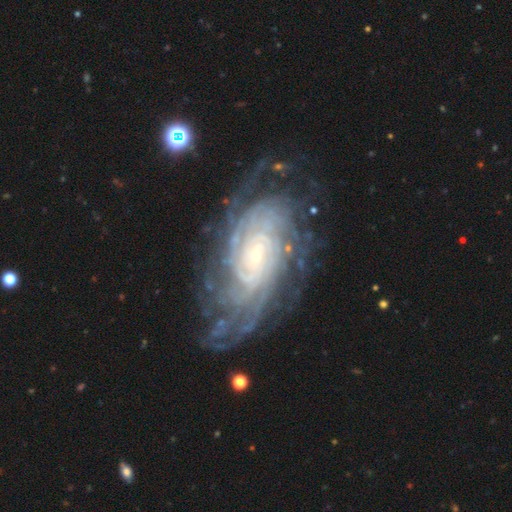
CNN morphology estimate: A featured or disk galaxy (90%) with no bar (64%), more than 4 (30%) tight (78%) spiral arms (98%) and a small central bulge (83%).

Vote fractions:
- Smooth or featured? featured or disk: 90% / star or artifact: 5% / smooth: 5%
- Edge-on disk? no: 95% / yes: 5%
- Bar? no: 64% / weak: 25% / strong: 11%
- Spiral arms? yes: 98% / no: 2%
- Spiral winding? tight: 78% / medium: 18% / loose: 4%
- Spiral arm count? more than 4: 30% / can't tell: 27% / 4: 18% / 3: 9% / 2: 9% / 1: 7%
- Bulge size? small: 83% / moderate: 12% / none: 2% / large: 2% / dominant: 1%
- Merging? none: 73% / minor disturbance: 17% / major disturbance: 9% / merger: 2%